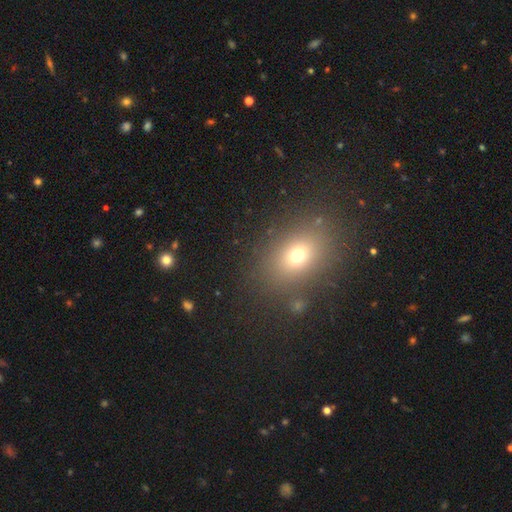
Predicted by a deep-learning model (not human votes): Overall: smooth (62%; star or artifact 28%). How rounded: in between (64%; round 34%). Merging: none (87%).